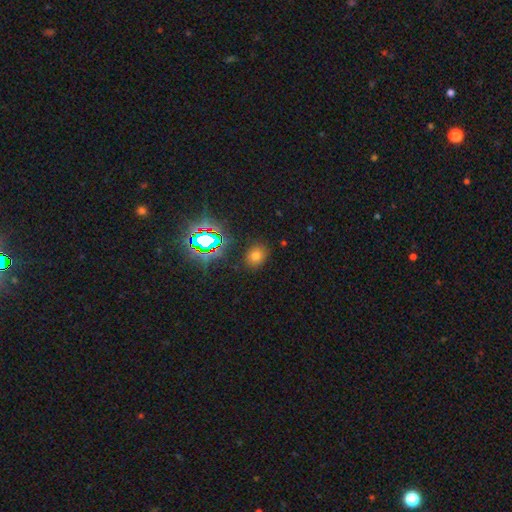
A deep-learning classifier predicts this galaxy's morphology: The model was most divided on "how rounded": round: 57%, in between: 42%, cigar-shaped: 1%. More confident: merging — none (84%); smooth or featured — smooth (66%).